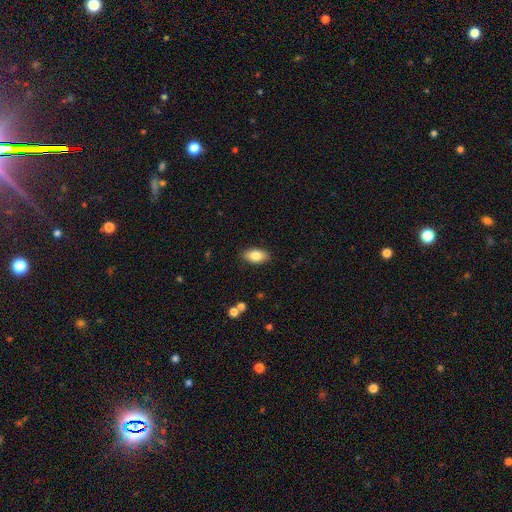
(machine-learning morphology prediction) Smooth or featured? Predicted: smooth (p=0.81). How rounded? Predicted: in between (p=0.91). Merging? Predicted: none (p=0.88).